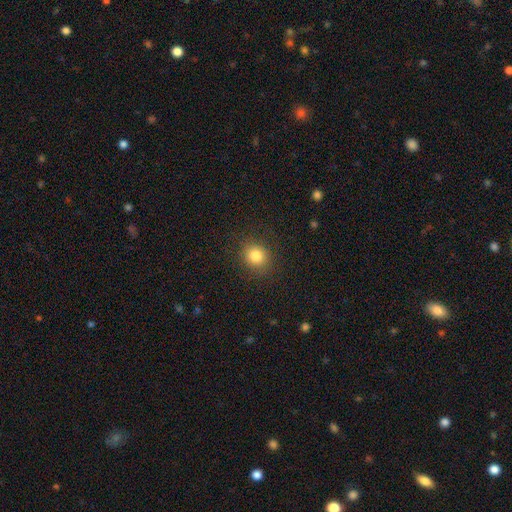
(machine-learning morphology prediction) smooth-or-featured: smooth: 83% | star or artifact: 11% | featured or disk: 6%
  how-rounded: round: 81% | in between: 18% | cigar-shaped: 1%
  merging: none: 88% | minor disturbance: 8% | major disturbance: 3% | merger: 1%